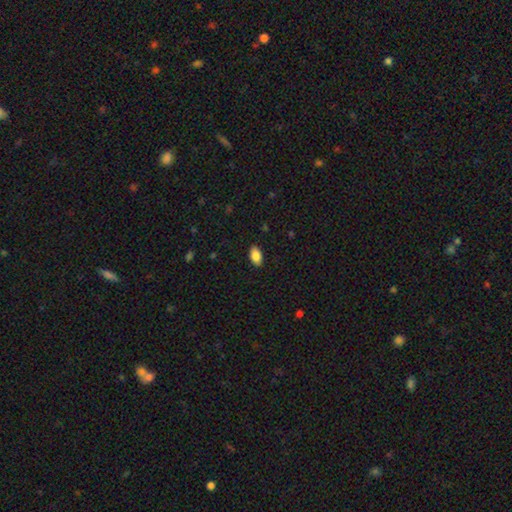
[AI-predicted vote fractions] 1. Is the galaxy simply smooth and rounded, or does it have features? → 88% smooth, 7% star or artifact, 5% featured or disk.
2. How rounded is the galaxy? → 93% in between, 4% round, 2% cigar-shaped.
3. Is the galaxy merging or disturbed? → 89% none, 8% minor disturbance, 2% major disturbance, 1% merger.